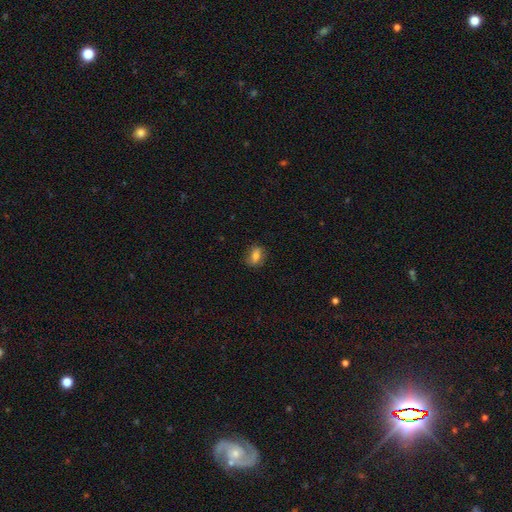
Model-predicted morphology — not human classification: smooth 72%, featured or disk 18%, star or artifact 10%. Down the decision tree: how rounded — in between (70%); merging — none (80%).